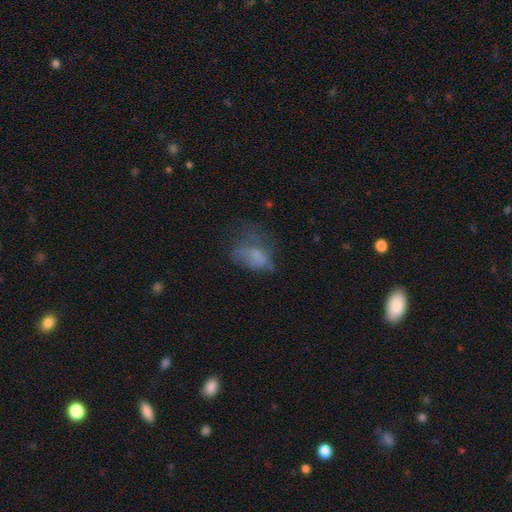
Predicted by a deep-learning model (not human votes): Q: Smooth or featured?
A: smooth (56%); runner-up: featured or disk (28%)
Q: How rounded?
A: in between (76%); runner-up: round (21%)
Q: Merging?
A: major disturbance (43%); runner-up: none (30%)